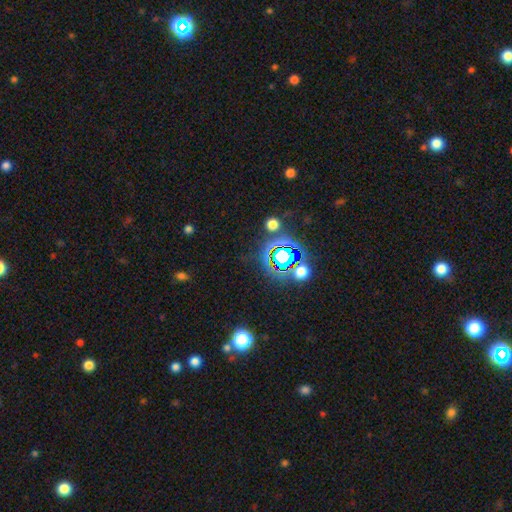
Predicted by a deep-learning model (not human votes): Smooth or featured: star or artifact — 77% (smooth — 14%)